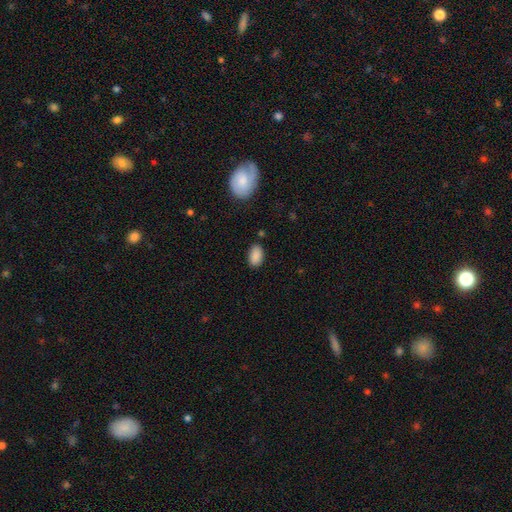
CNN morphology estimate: A smooth galaxy with no disk features (88%) that is in between round and cigar-shaped (93%). Merging: none (83%).